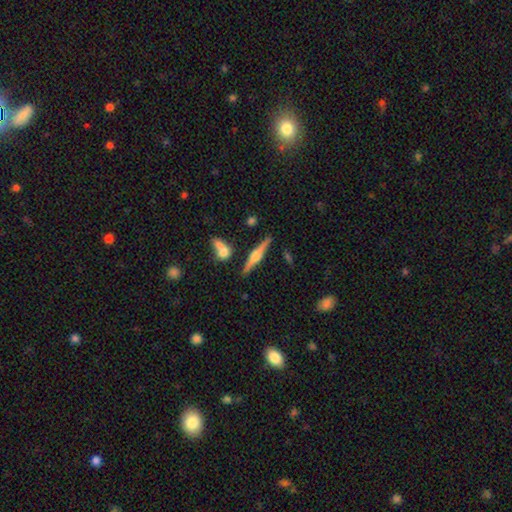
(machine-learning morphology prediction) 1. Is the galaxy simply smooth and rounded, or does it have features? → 78% featured or disk, 16% smooth, 6% star or artifact.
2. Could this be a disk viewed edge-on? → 97% yes, 3% no.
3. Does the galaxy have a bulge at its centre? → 92% rounded, 5% boxy, 2% none.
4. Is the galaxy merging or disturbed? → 83% none, 8% minor disturbance, 6% merger, 2% major disturbance.